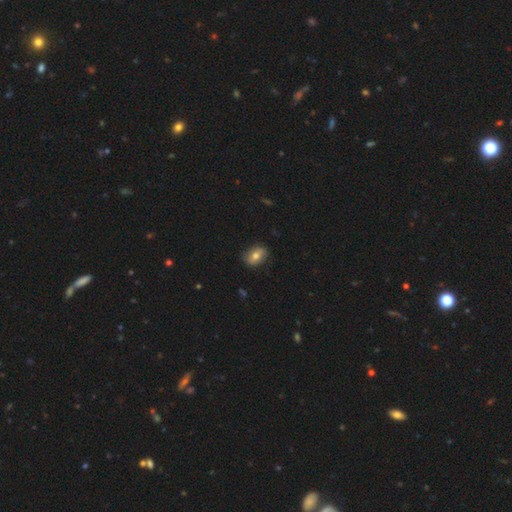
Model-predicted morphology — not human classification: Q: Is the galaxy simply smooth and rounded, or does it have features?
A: smooth — 64%.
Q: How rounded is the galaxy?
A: in between — 71%.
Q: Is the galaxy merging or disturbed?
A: none — 83%.